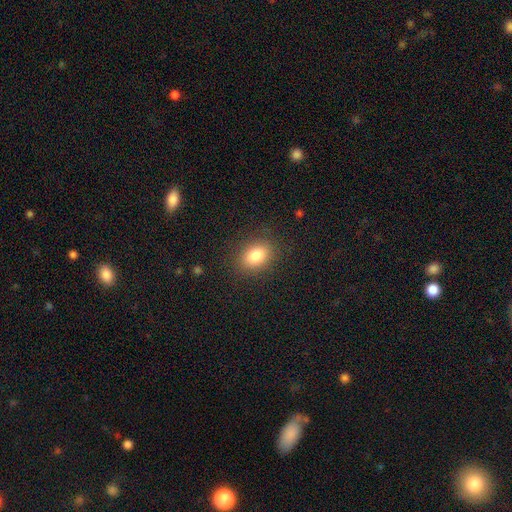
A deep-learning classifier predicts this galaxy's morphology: This appears to be a smooth galaxy with no disk features (82%) that is in between round and cigar-shaped (75%). Merging: none (87%).